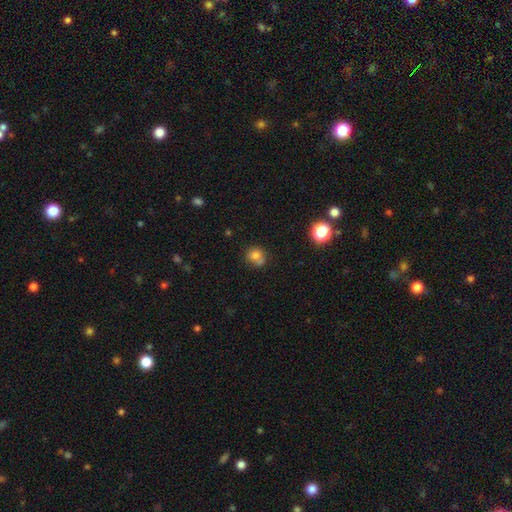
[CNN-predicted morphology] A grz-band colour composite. It shows a smooth galaxy with no disk features (76%) that is round (79%). Merging: none (52%).